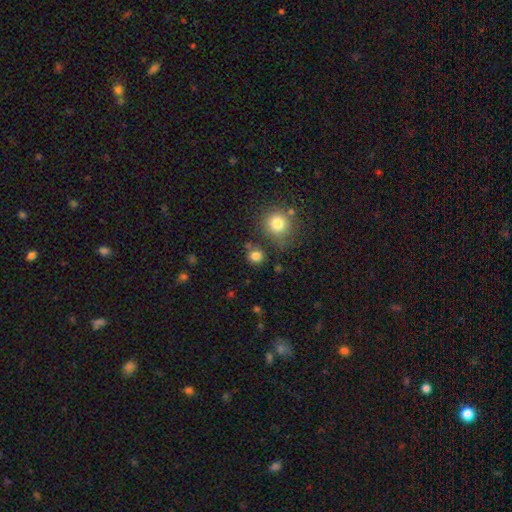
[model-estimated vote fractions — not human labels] A smooth galaxy with no disk features (81%) that is round (86%). Merging: none (78%).